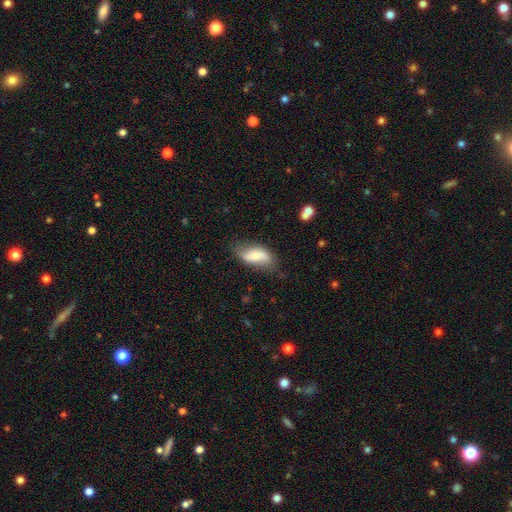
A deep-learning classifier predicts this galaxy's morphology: smooth_or_featured: smooth (p=0.51) [alt: featured or disk p=0.42]
how_rounded: in between (p=0.86) [alt: cigar-shaped p=0.10]
merging: none (p=0.68) [alt: minor disturbance p=0.23]